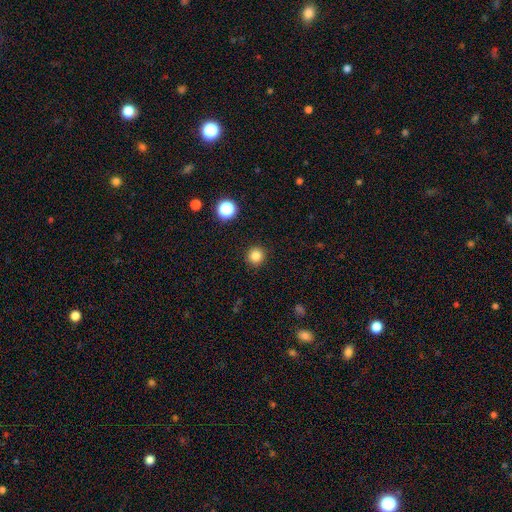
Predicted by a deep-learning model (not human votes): smooth_or_featured: smooth (p=0.83) [alt: star or artifact p=0.13]
how_rounded: round (p=0.95) [alt: in between p=0.04]
merging: none (p=0.92) [alt: minor disturbance p=0.05]